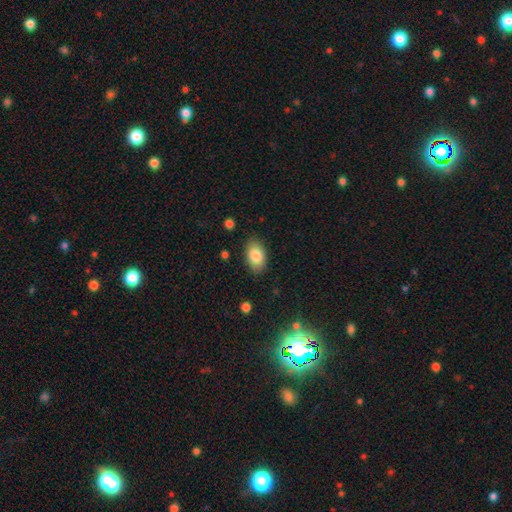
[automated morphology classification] Smooth or featured? smooth (84%)
How rounded? in between (92%)
Merging? none (86%)